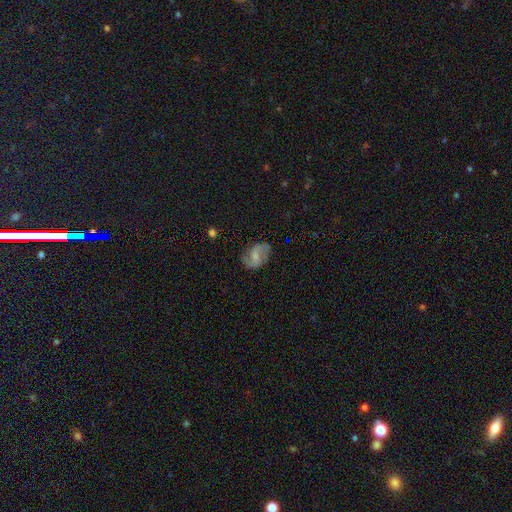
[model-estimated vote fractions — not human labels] Smooth or featured? featured or disk (70%)
Edge-on disk? no (97%)
Bar? weak (51%)
Spiral arms? yes (91%)
Spiral winding? loose (46%)
Spiral arm count? 2 (88%)
Bulge size? small (35%)
Merging? none (72%)